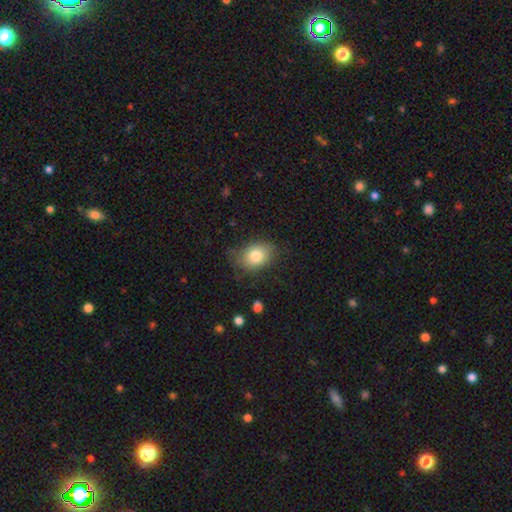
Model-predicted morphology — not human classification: Overall: smooth (80%). How rounded: in between (67%; round 32%). Merging: none (68%).